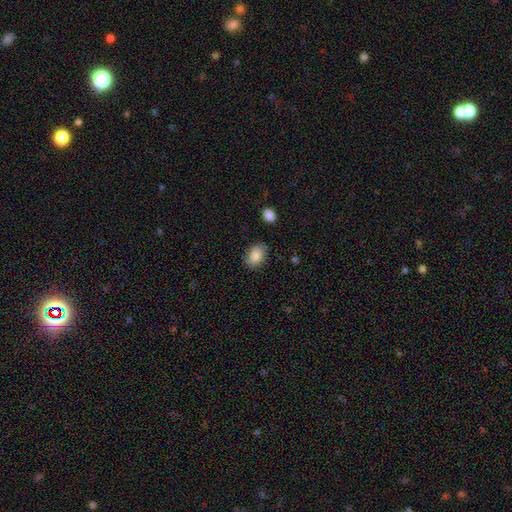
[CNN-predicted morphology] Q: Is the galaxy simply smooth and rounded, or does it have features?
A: smooth — 78%.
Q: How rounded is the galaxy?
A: in between — 70%.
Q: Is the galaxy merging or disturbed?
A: none — 79%.